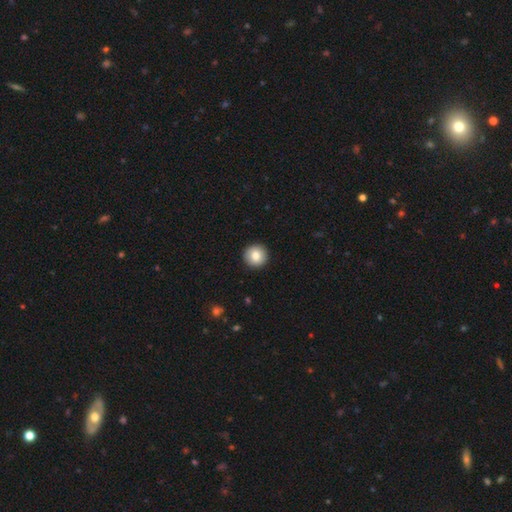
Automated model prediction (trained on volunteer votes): Smooth or featured: smooth — 84% (featured or disk — 8%)
How rounded: round — 96% (in between — 3%)
Merging: none — 93% (minor disturbance — 4%)